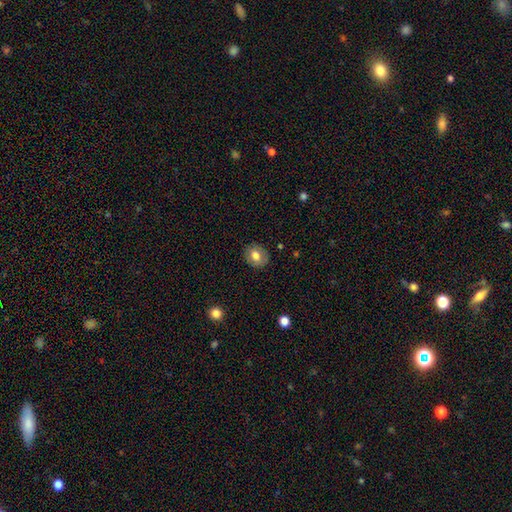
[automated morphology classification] Smooth or featured? smooth (74%)
How rounded? round (62%)
Merging? none (86%)